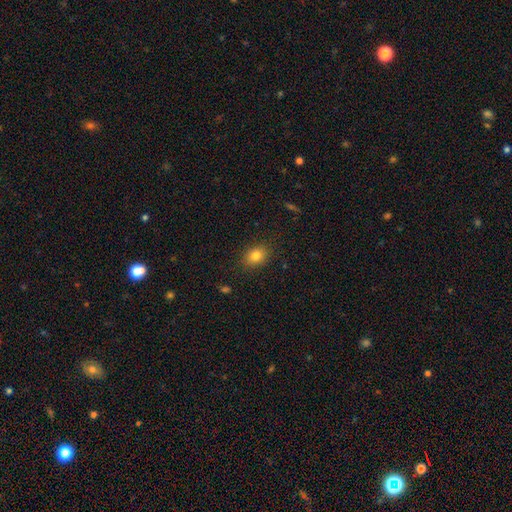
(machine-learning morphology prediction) This appears to be a smooth galaxy with no disk features (82%) that is in between round and cigar-shaped (62%). Merging: none (86%).